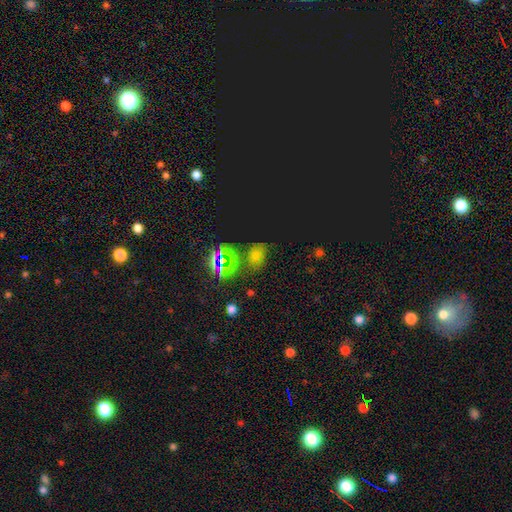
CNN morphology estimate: Smooth or featured?
  - star or artifact: 53% *
  - smooth: 41%
  - featured or disk: 7%